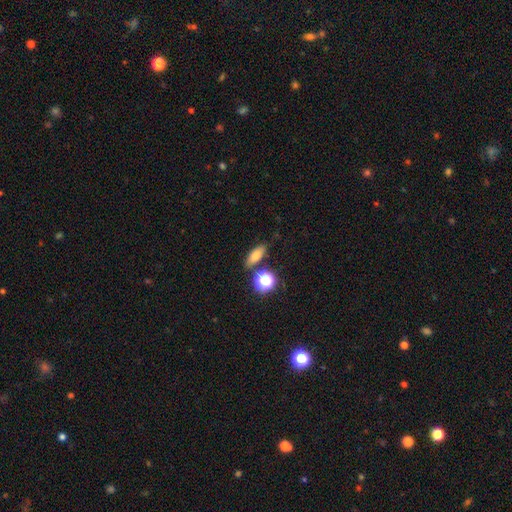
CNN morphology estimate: A smooth galaxy with no disk features (72%) that is in between round and cigar-shaped (68%). Merging: none (76%).